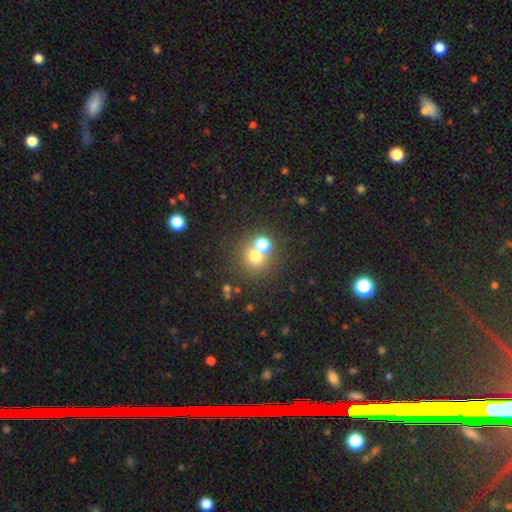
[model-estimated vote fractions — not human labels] Q: Smooth or featured?
A: smooth (68%); runner-up: star or artifact (19%)
Q: How rounded?
A: round (87%); runner-up: in between (12%)
Q: Merging?
A: none (50%); runner-up: merger (40%)